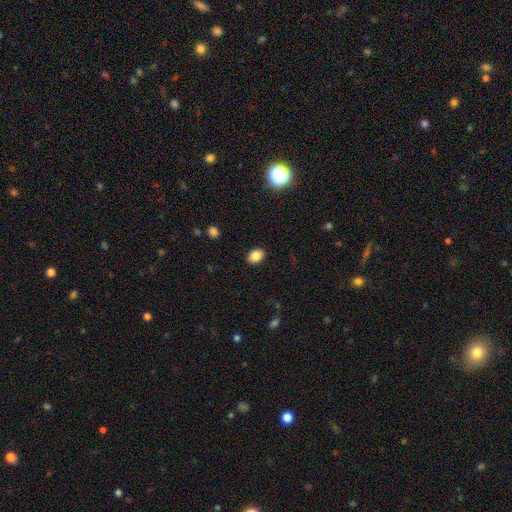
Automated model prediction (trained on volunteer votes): The model was most divided on "how rounded": in between: 70%, round: 29%, cigar-shaped: 1%. More confident: merging — none (89%); smooth or featured — smooth (86%).